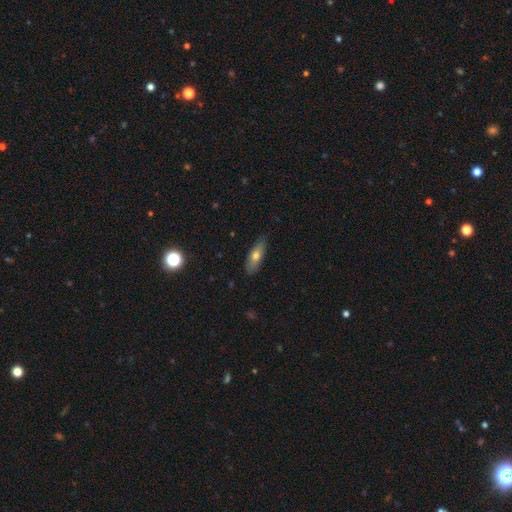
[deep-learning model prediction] Morphology: type=smooth (66%); roundness=in between (63%); merging=none (84%).